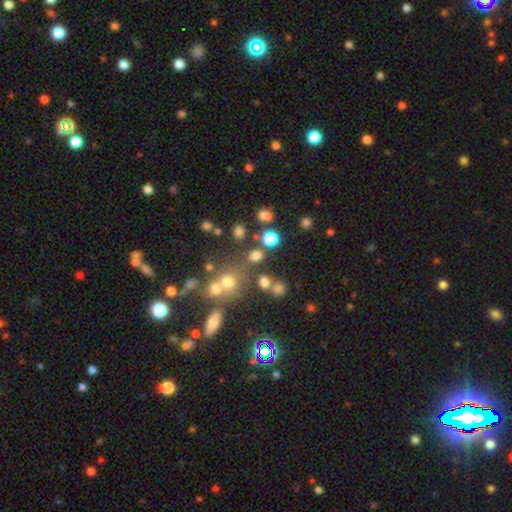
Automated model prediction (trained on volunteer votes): A smooth galaxy with no disk features (69%) that is round (72%).

Vote fractions:
- Smooth or featured? smooth: 69% / star or artifact: 21% / featured or disk: 10%
- How rounded? round: 72% / in between: 26% / cigar-shaped: 2%
- Merging? none: 63% / merger: 21% / minor disturbance: 10% / major disturbance: 6%